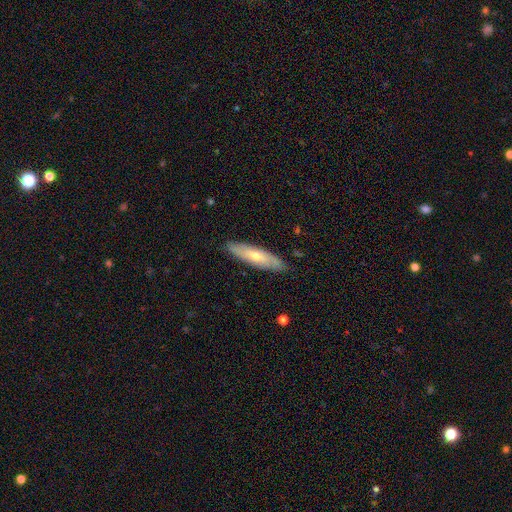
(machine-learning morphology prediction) A smooth galaxy with no disk features (48%). Merging: none (86%).